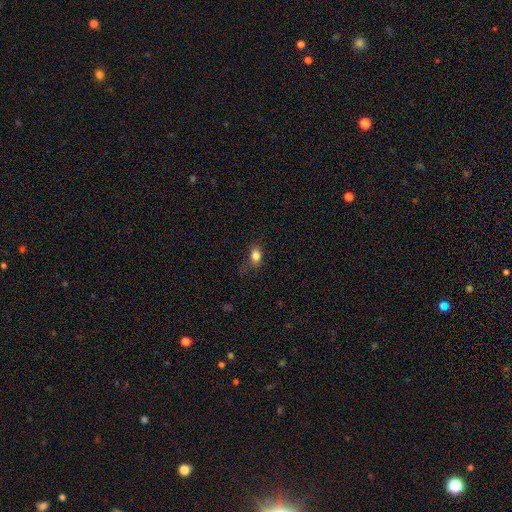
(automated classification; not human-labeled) Smooth or featured? smooth (83%)
How rounded? in between (75%)
Merging? none (63%)